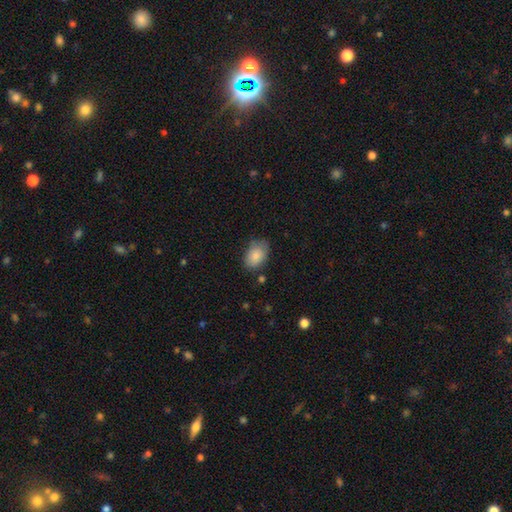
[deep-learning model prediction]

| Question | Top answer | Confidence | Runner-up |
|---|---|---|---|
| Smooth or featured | smooth | 85% | featured or disk (8%) |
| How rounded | in between | 88% | round (11%) |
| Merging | none | 74% | minor disturbance (20%) |